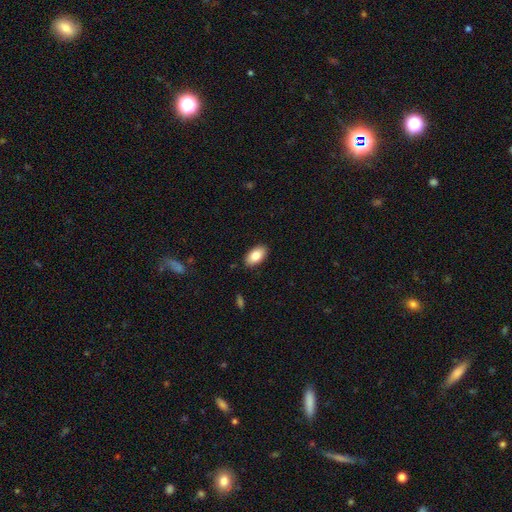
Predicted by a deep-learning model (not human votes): This appears to be a smooth galaxy with no disk features (82%) that is in between round and cigar-shaped (94%). Merging: none (88%).